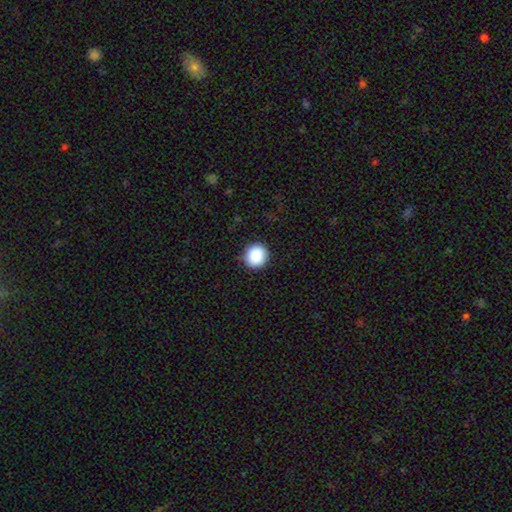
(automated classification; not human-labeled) Smooth or featured: smooth — 88% (star or artifact — 9%)
How rounded: round — 93% (in between — 6%)
Merging: none — 90% (minor disturbance — 7%)